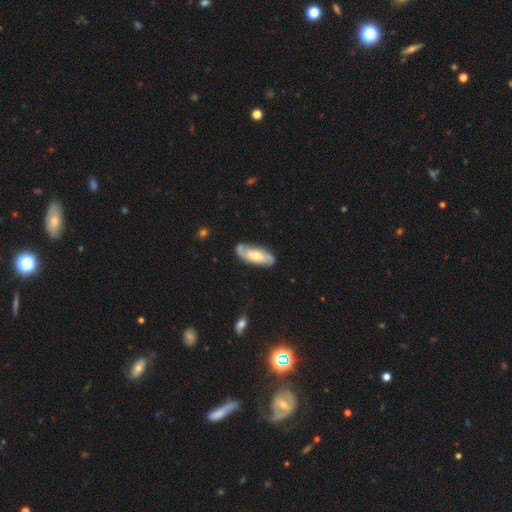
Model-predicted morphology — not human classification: featured or disk 68%, smooth 27%, star or artifact 5%. Down the decision tree: edge-on disk — no (89%); bar — no (62%); spiral arms — yes (88%); spiral arm count — 2 (71%); spiral winding — medium (40%, tied with tight); bulge size — moderate (60%); merging — none (77%).